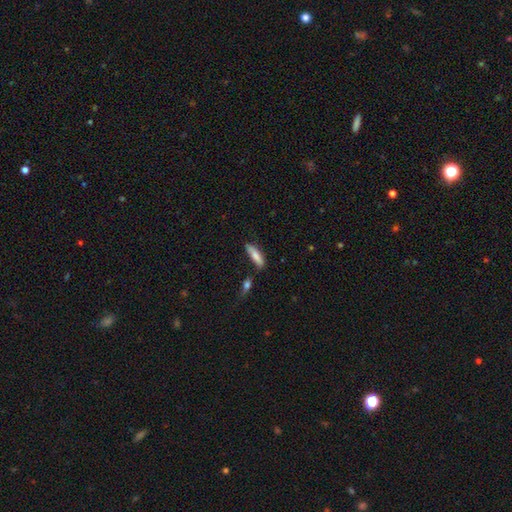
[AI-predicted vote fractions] Smooth or featured? smooth (79%)
How rounded? cigar-shaped (62%)
Merging? none (67%)